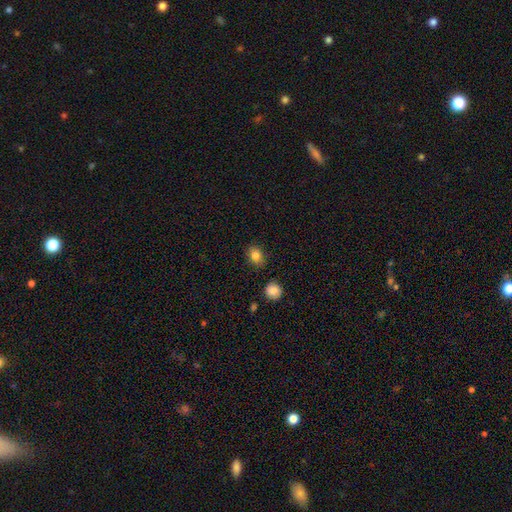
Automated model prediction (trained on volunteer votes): smooth_or_featured: smooth (p=0.83) [alt: star or artifact p=0.11]
how_rounded: in between (p=0.55) [alt: round p=0.43]
merging: none (p=0.85) [alt: minor disturbance p=0.11]